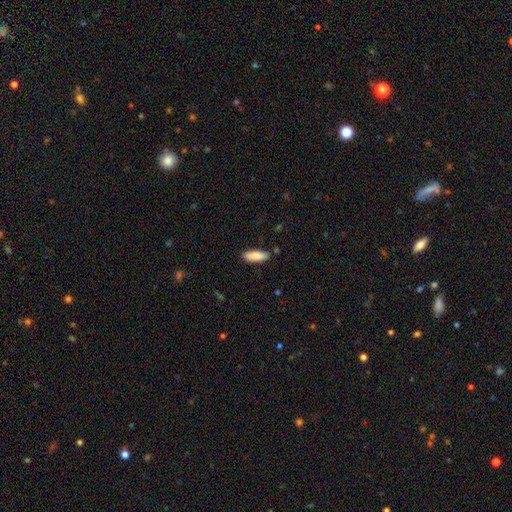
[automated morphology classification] smooth_or_featured: smooth (p=0.85) [alt: featured or disk p=0.09]
how_rounded: in between (p=0.63) [alt: cigar-shaped p=0.36]
merging: none (p=0.84) [alt: minor disturbance p=0.12]